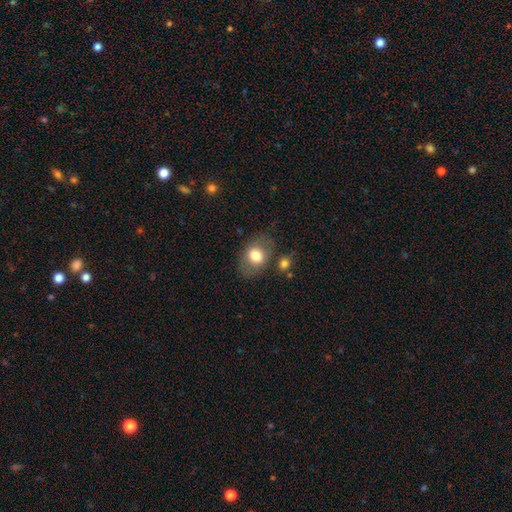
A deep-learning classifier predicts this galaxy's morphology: smooth-or-featured: smooth: 74% | featured or disk: 18% | star or artifact: 8%
  how-rounded: in between: 70% | round: 29% | cigar-shaped: 1%
  merging: none: 70% | minor disturbance: 17% | major disturbance: 7% | merger: 6%